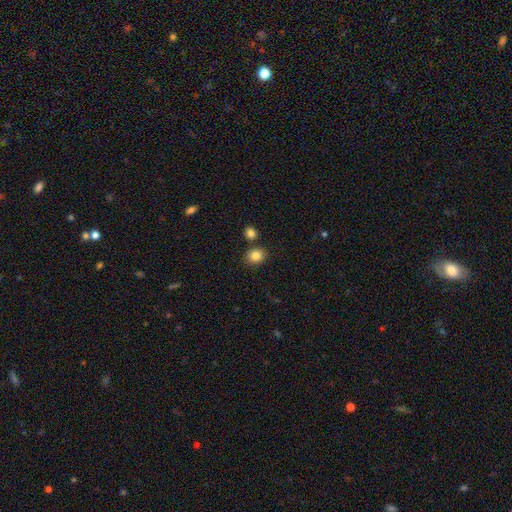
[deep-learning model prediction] smooth 84%, star or artifact 10%, featured or disk 6%. Down the decision tree: how rounded — round (65%); merging — none (80%).